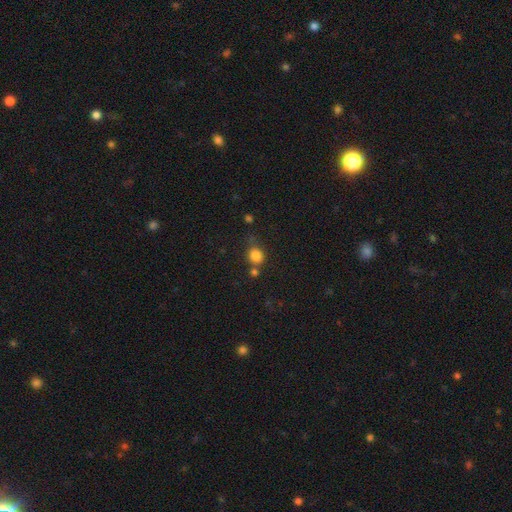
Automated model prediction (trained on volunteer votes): Smooth or featured? smooth (83%)
How rounded? round (76%)
Merging? none (55%)